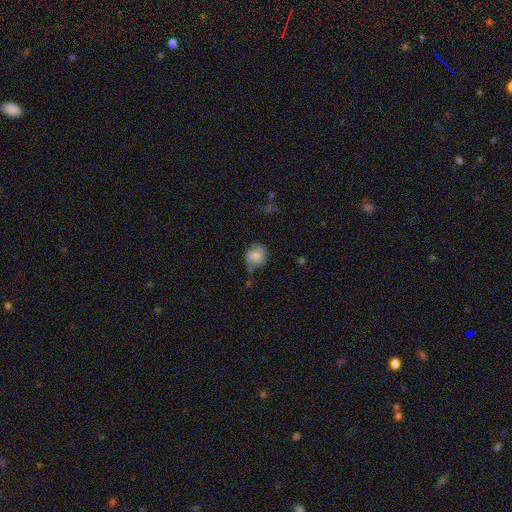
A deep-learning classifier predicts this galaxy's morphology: Q: Smooth or featured?
A: smooth (77%); runner-up: featured or disk (15%)
Q: How rounded?
A: round (80%); runner-up: in between (19%)
Q: Merging?
A: none (57%); runner-up: minor disturbance (30%)